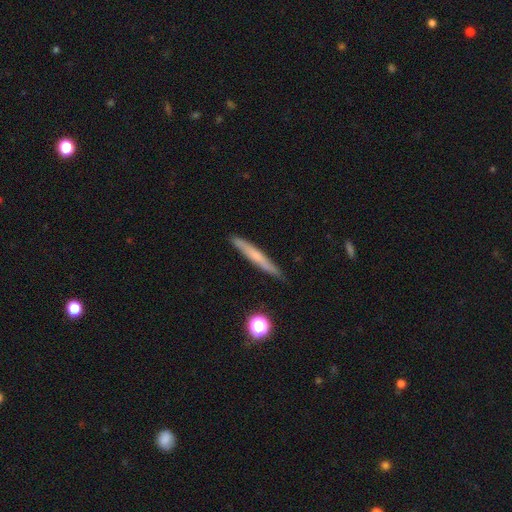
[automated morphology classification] type=smooth (53%); roundness=cigar-shaped (95%); merging=none (86%).